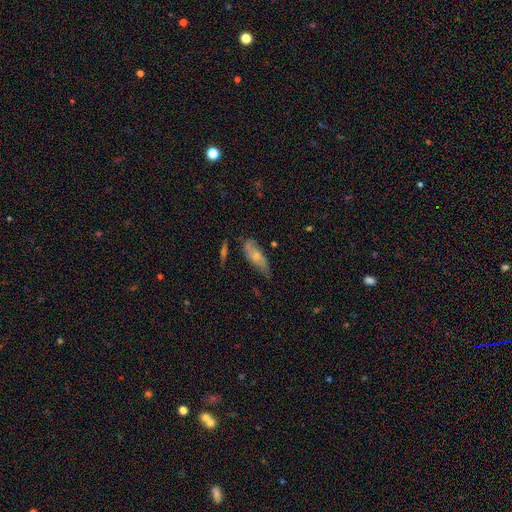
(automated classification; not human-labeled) Overall: smooth (57%; featured or disk 36%). How rounded: in between (67%; cigar-shaped 31%). Merging: none (53%; minor disturbance 33%).